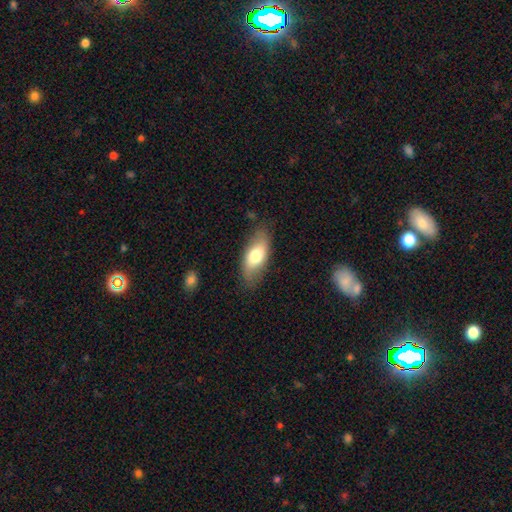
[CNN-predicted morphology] Smooth or featured?
  - smooth: 68% *
  - featured or disk: 26%
  - star or artifact: 6%
How rounded?
  - in between: 84% *
  - cigar-shaped: 12%
  - round: 3%
Merging?
  - none: 78% *
  - minor disturbance: 17%
  - major disturbance: 4%
  - merger: 1%